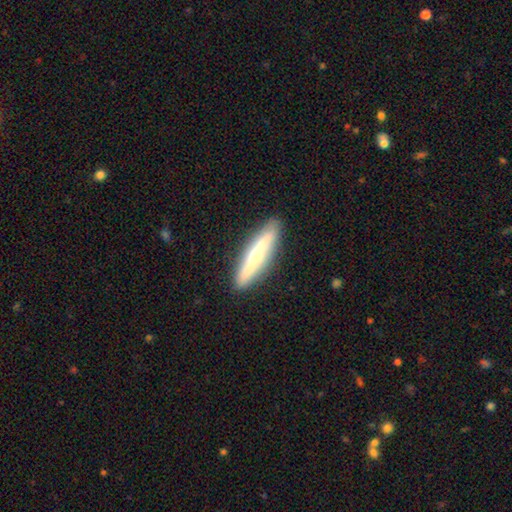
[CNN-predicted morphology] type=featured or disk (54%); edge-on=yes (89%); merging=none (89%).